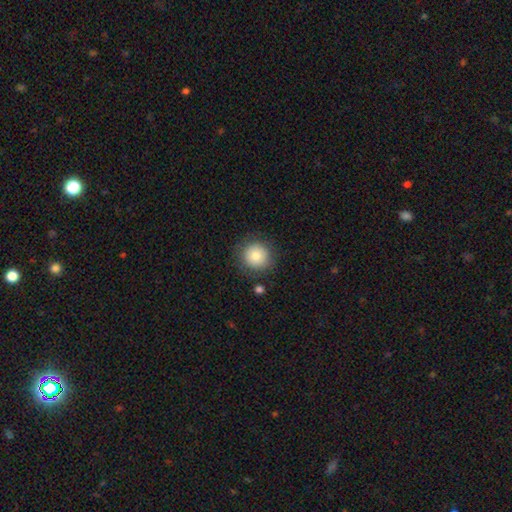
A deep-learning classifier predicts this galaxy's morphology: Smooth or featured: smooth — 82% (star or artifact — 10%)
How rounded: round — 94% (in between — 5%)
Merging: none — 86% (minor disturbance — 9%)